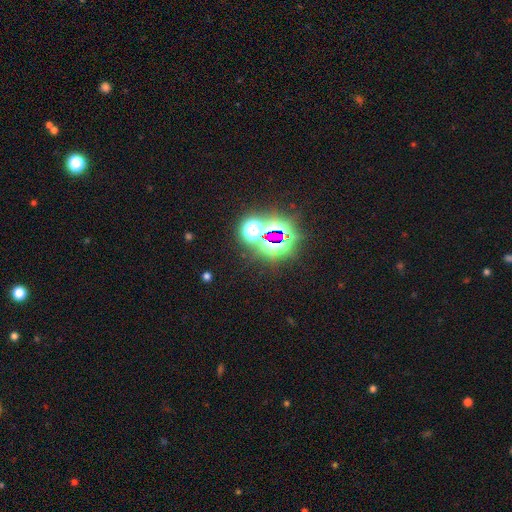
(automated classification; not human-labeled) smooth-or-featured: star or artifact: 75% | smooth: 16% | featured or disk: 10%